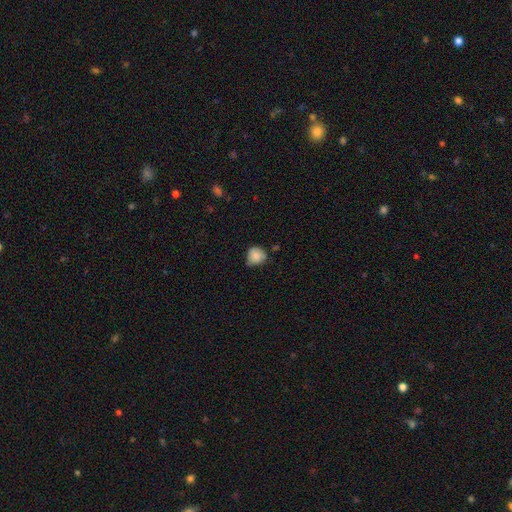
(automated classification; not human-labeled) Smooth or featured?
  - smooth: 84% *
  - star or artifact: 8%
  - featured or disk: 8%
How rounded?
  - round: 80% *
  - in between: 19%
  - cigar-shaped: 1%
Merging?
  - none: 55% *
  - minor disturbance: 36%
  - major disturbance: 6%
  - merger: 3%